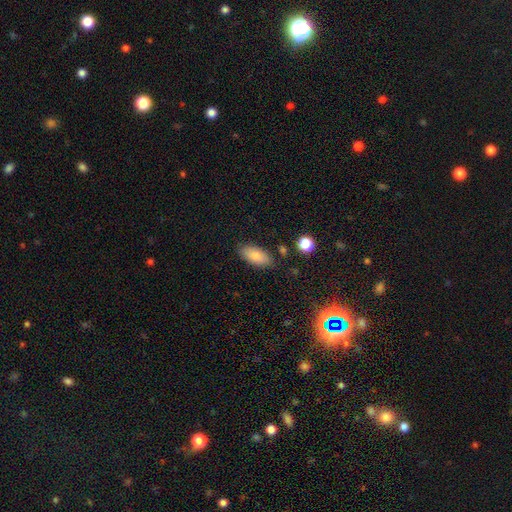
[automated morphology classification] A smooth galaxy with no disk features (83%) that is in between round and cigar-shaped (90%). Merging: none (82%).